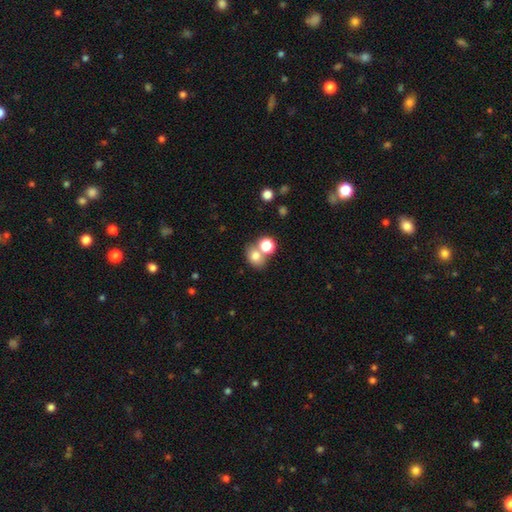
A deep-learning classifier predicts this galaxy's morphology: Overall: smooth (77%). How rounded: round (56%; in between 43%). Merging: none (48%; merger 39%).